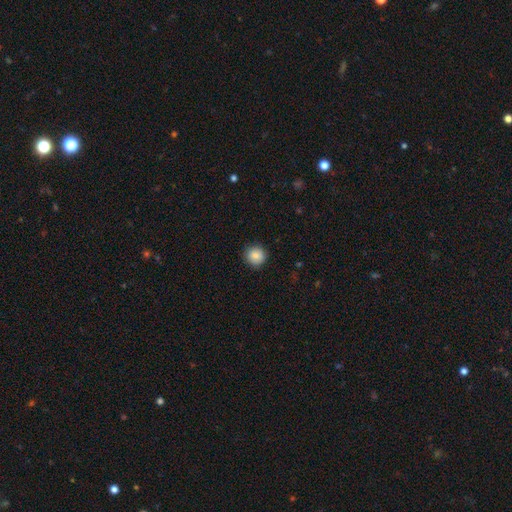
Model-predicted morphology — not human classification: The model was most divided on "smooth or featured": smooth: 86%, star or artifact: 9%, featured or disk: 5%. More confident: how rounded — round (93%); merging — none (89%).